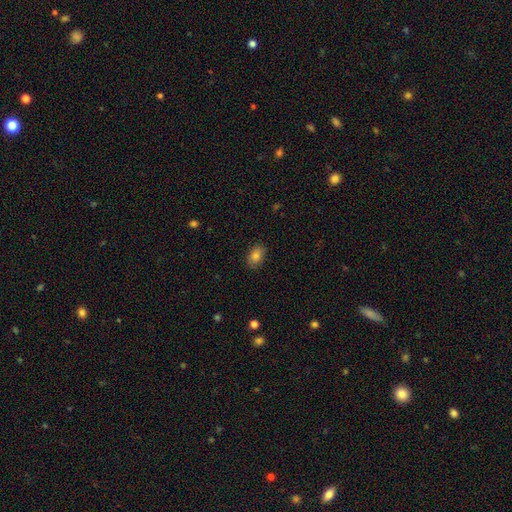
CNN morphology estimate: Q: Smooth or featured?
A: smooth (83%); runner-up: star or artifact (9%)
Q: How rounded?
A: in between (81%); runner-up: round (18%)
Q: Merging?
A: none (87%); runner-up: minor disturbance (10%)